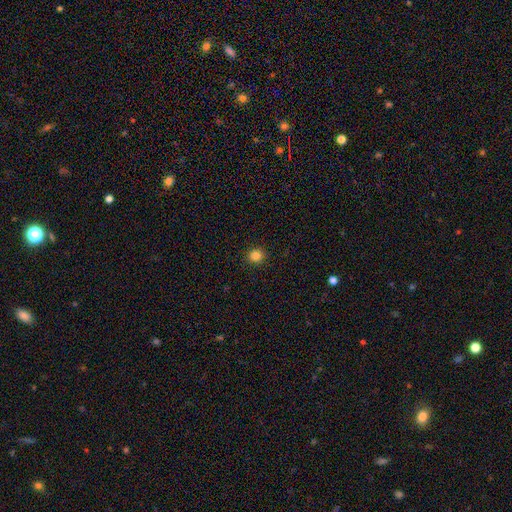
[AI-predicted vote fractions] Smooth or featured: smooth — 84% (star or artifact — 12%)
How rounded: round — 90% (in between — 9%)
Merging: none — 92% (minor disturbance — 5%)